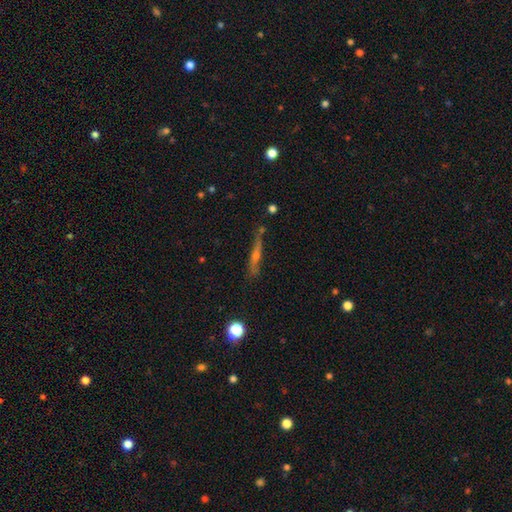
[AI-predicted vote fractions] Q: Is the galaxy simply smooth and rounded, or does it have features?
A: featured or disk — 58%.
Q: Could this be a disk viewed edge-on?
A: yes — 92%.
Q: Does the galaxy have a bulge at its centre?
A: rounded — 68%.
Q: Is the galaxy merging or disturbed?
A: none — 75%.